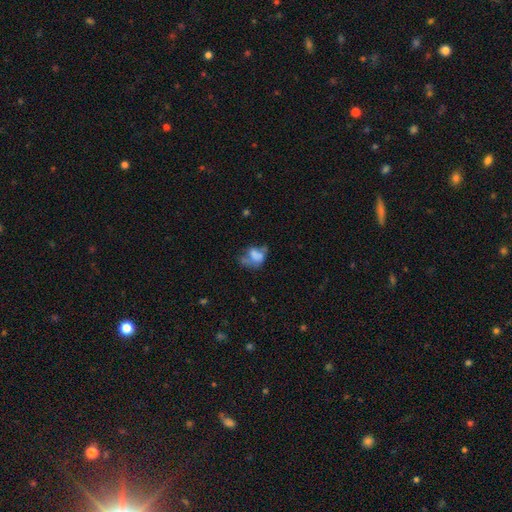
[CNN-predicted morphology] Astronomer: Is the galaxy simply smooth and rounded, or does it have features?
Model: smooth — 56% (runner-up: featured or disk, 31%).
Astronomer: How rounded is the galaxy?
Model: in between — 74%.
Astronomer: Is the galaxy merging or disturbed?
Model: major disturbance — 35% (runner-up: none, 23%).